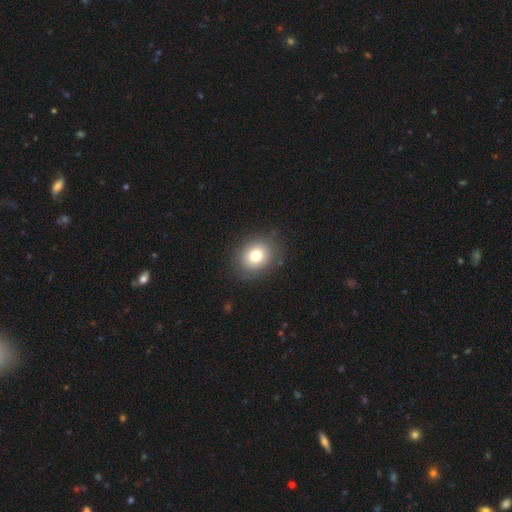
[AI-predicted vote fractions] This appears to be a smooth galaxy with no disk features (78%) that is round (54%). Merging: none (84%).